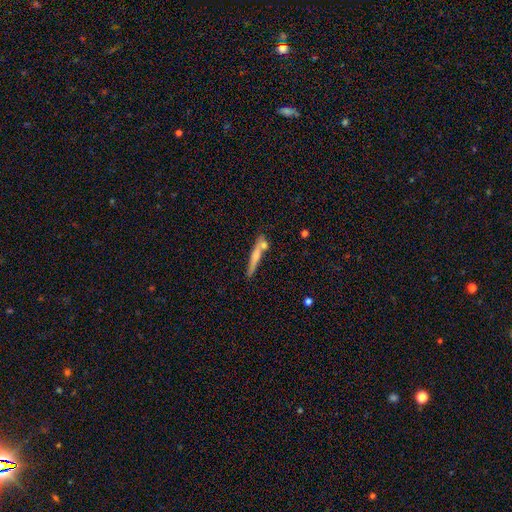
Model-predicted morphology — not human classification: smooth 61%, featured or disk 32%, star or artifact 7%. Down the decision tree: how rounded — cigar-shaped (91%); merging — none (60%).